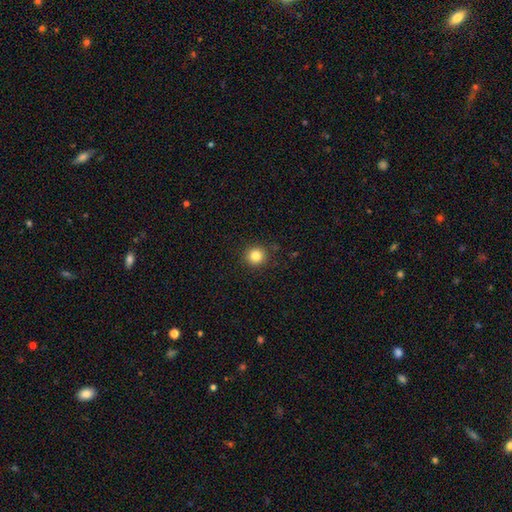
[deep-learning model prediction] This appears to be a smooth galaxy with no disk features (84%) that is round (93%). Merging: none (90%).